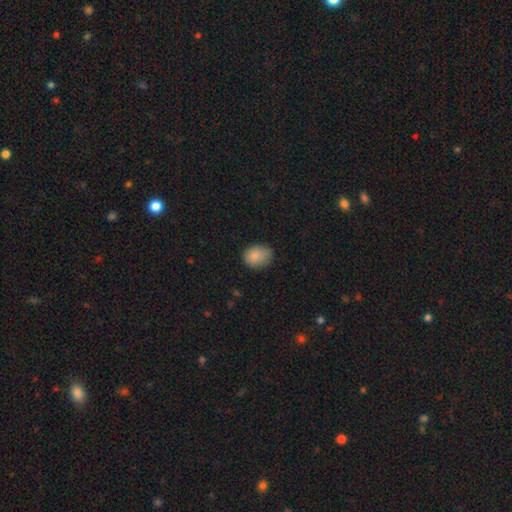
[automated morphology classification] Smooth or featured?
  - smooth: 85% *
  - star or artifact: 9%
  - featured or disk: 6%
How rounded?
  - in between: 56% *
  - round: 43%
  - cigar-shaped: 1%
Merging?
  - none: 66% *
  - minor disturbance: 28%
  - major disturbance: 5%
  - merger: 1%